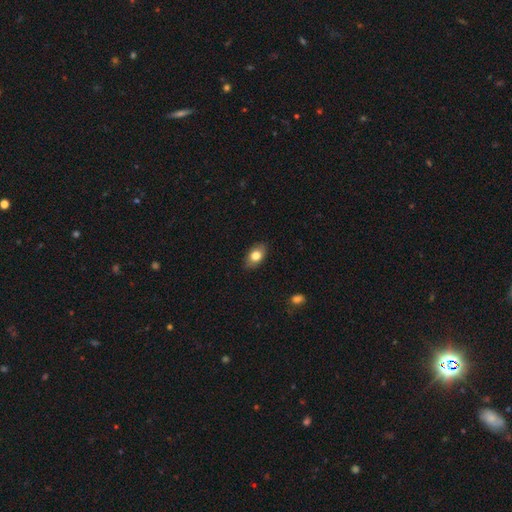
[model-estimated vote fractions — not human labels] The model was most divided on "smooth or featured": smooth: 79%, featured or disk: 14%, star or artifact: 8%. More confident: how rounded — in between (87%); merging — none (86%).